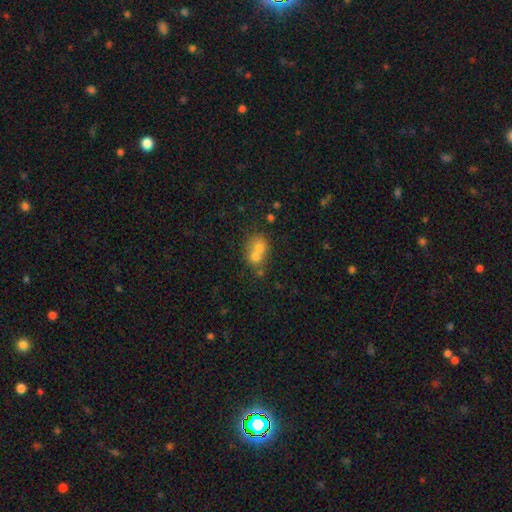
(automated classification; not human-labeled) This is likely a smooth galaxy (66%). How rounded: likely round (66%). Merging: likely merger (68%).